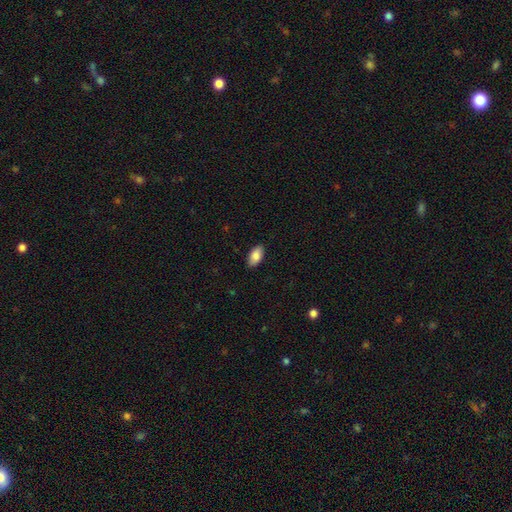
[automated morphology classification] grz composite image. It shows a smooth galaxy with no disk features (86%) that is in between round and cigar-shaped (94%). Merging: none (88%).